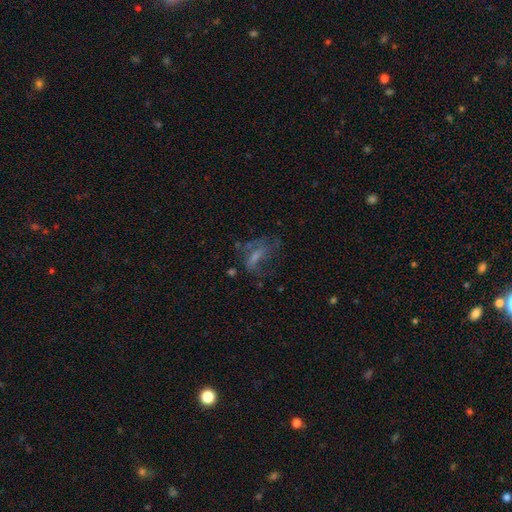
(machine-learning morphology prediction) The model was most divided on "merging": none: 38%, major disturbance: 37%, minor disturbance: 20%, merger: 5%. Remaining: smooth or featured — featured or disk (45%).